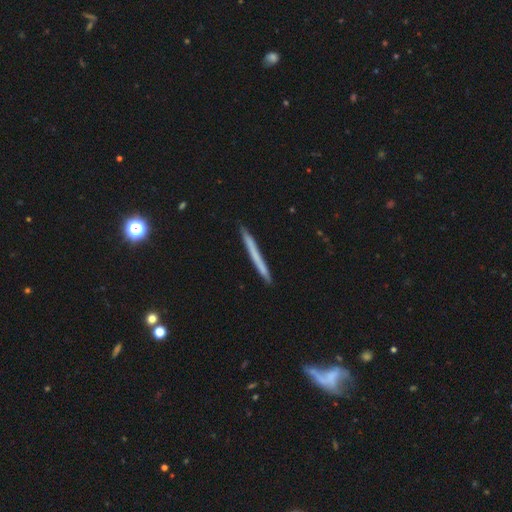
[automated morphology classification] Smooth or featured: smooth — 53% (featured or disk — 40%)
How rounded: cigar-shaped — 97% (in between — 1%)
Merging: none — 90% (minor disturbance — 8%)